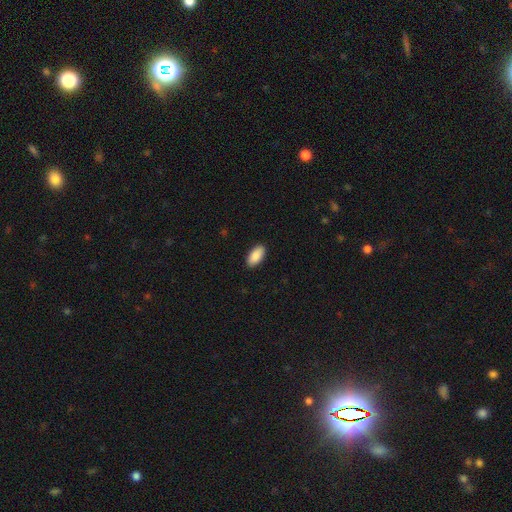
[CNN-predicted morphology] smooth-or-featured: smooth: 89% | star or artifact: 6% | featured or disk: 5%
  how-rounded: in between: 95% | cigar-shaped: 3% | round: 2%
  merging: none: 90% | minor disturbance: 7% | major disturbance: 2% | merger: 1%